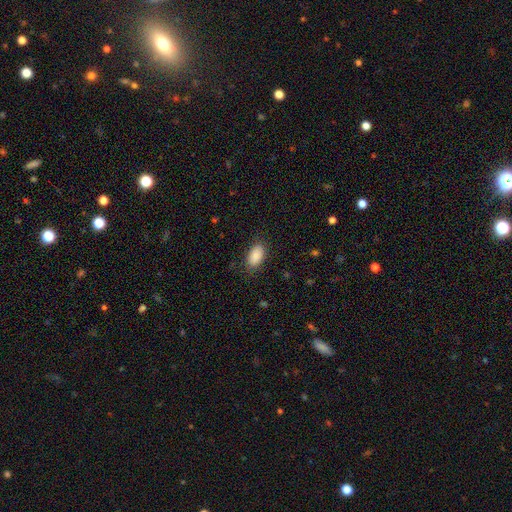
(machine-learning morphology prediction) type=smooth (89%); roundness=in between (94%); merging=none (83%).